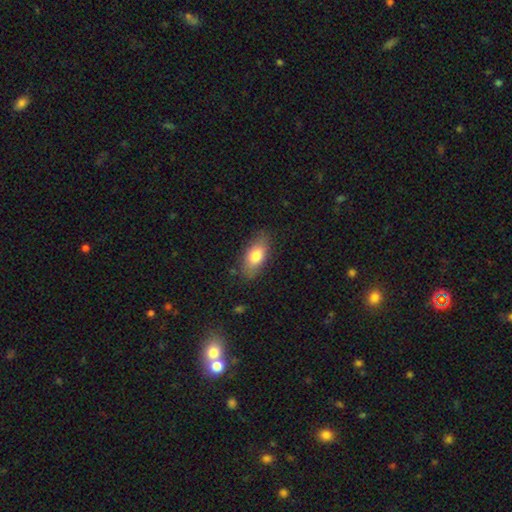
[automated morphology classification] Smooth or featured? smooth (78%)
How rounded? in between (87%)
Merging? none (82%)